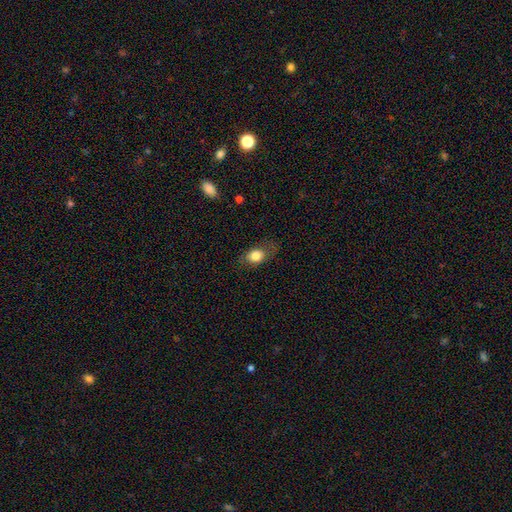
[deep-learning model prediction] Morphology: type=smooth (76%); roundness=in between (71%); merging=none (70%).